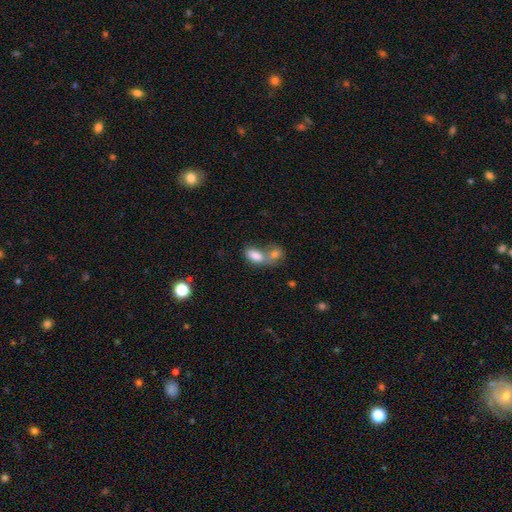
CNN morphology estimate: Smooth or featured? Predicted: smooth (p=0.82). How rounded? Predicted: in between (p=0.90). Merging? Predicted: merger (p=0.60).